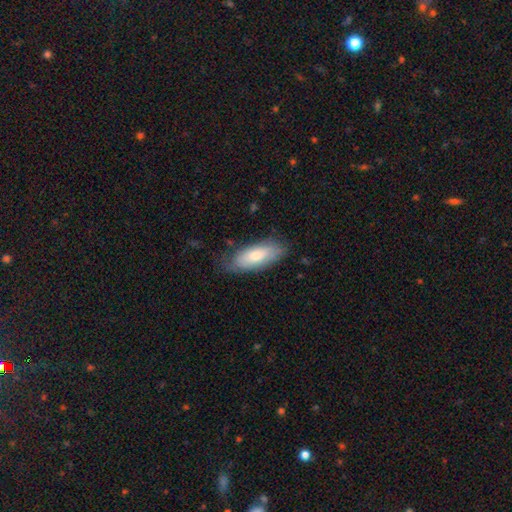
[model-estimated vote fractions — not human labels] Smooth or featured?
  - smooth: 74% *
  - featured or disk: 20%
  - star or artifact: 6%
How rounded?
  - in between: 80% *
  - cigar-shaped: 19%
  - round: 2%
Merging?
  - none: 71% *
  - minor disturbance: 23%
  - major disturbance: 5%
  - merger: 1%